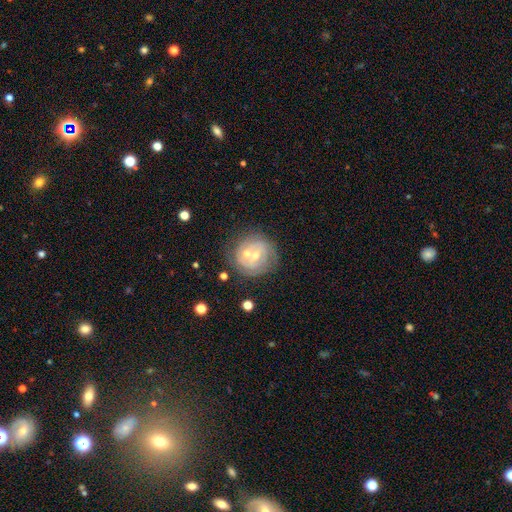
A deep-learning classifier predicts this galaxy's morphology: The model was most divided on "bulge size": moderate: 47%, small: 46%, large: 3%, none: 2%, dominant: 1%. Remaining: edge-on disk — no (97%); spiral arms — yes (62%); bar — no (62%); smooth or featured — featured or disk (62%); merging — none (48%).